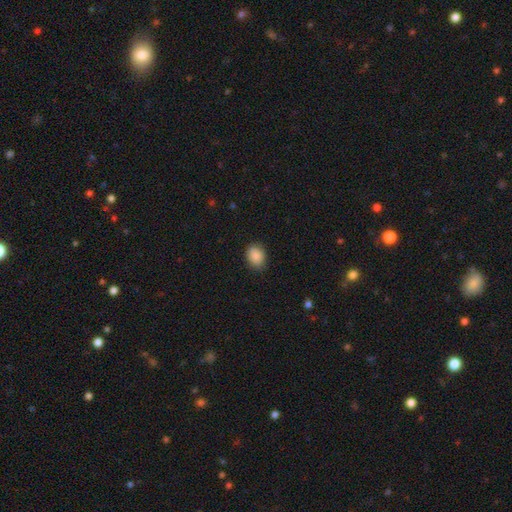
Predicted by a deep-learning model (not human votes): This appears to be a smooth galaxy with no disk features (89%) that is in between round and cigar-shaped (63%). Merging: none (82%).